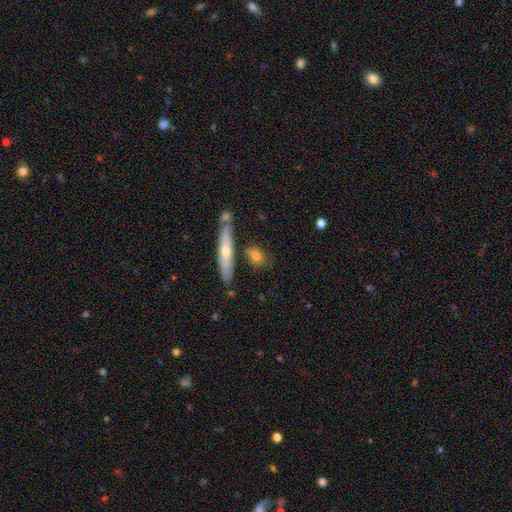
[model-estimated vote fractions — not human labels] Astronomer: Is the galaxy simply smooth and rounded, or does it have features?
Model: smooth — 64%.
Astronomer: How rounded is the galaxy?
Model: cigar-shaped — 49% (runner-up: in between, 35%).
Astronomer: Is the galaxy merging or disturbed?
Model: none — 67%.